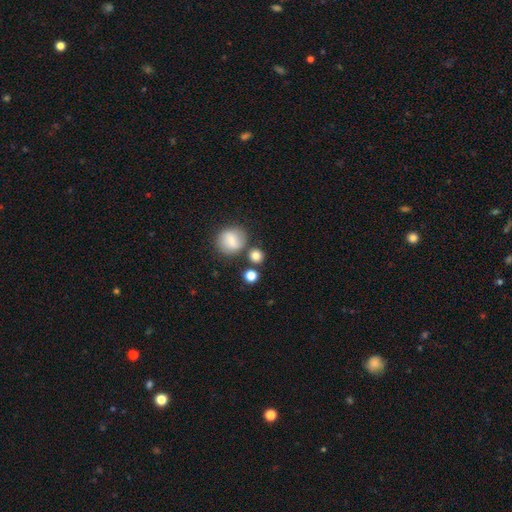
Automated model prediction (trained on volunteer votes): Smooth or featured?
  - smooth: 79% *
  - star or artifact: 10%
  - featured or disk: 10%
How rounded?
  - round: 87% *
  - in between: 12%
  - cigar-shaped: 1%
Merging?
  - none: 71% *
  - merger: 14%
  - minor disturbance: 11%
  - major disturbance: 4%